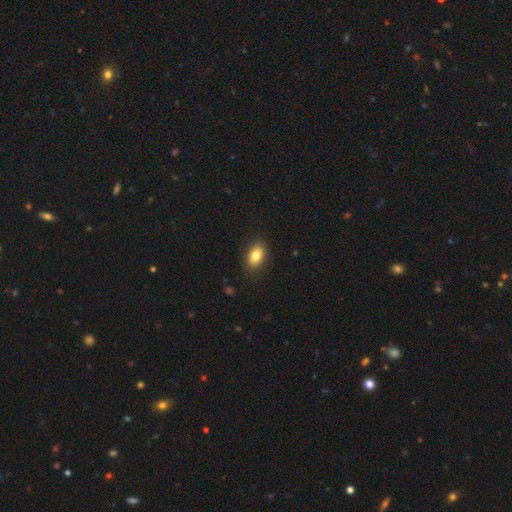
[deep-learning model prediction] A smooth galaxy with no disk features (81%) that is in between round and cigar-shaped (87%). Merging: none (87%).